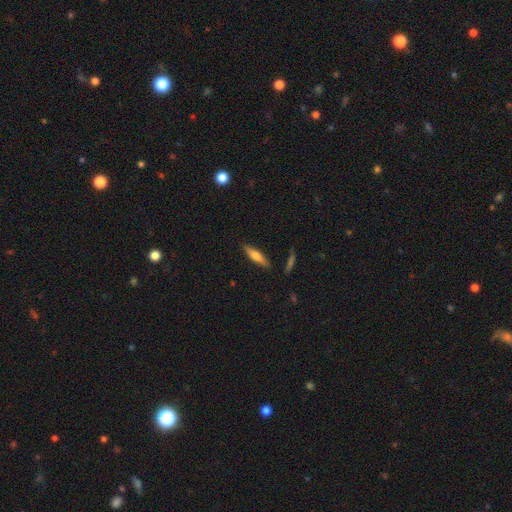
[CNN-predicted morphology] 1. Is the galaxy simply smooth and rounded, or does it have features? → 62% smooth, 32% featured or disk, 6% star or artifact.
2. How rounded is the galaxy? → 72% cigar-shaped, 27% in between, 2% round.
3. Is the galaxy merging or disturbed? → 85% none, 10% minor disturbance, 2% major disturbance, 2% merger.